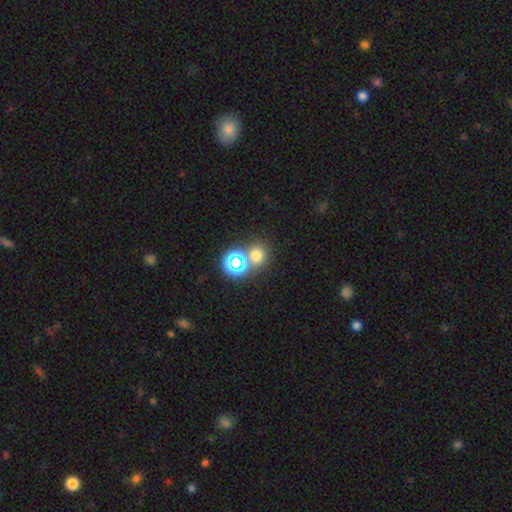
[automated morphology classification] This appears to be a smooth galaxy with no disk features (62%) that is round (83%). Merging: none (67%).